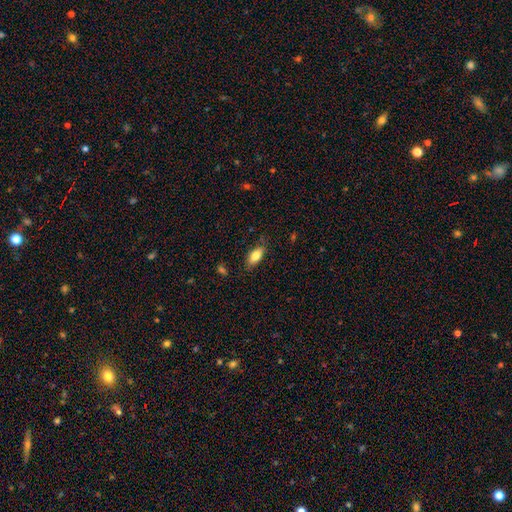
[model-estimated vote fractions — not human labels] smooth 80%, featured or disk 13%, star or artifact 7%. Down the decision tree: how rounded — in between (84%); merging — none (80%).